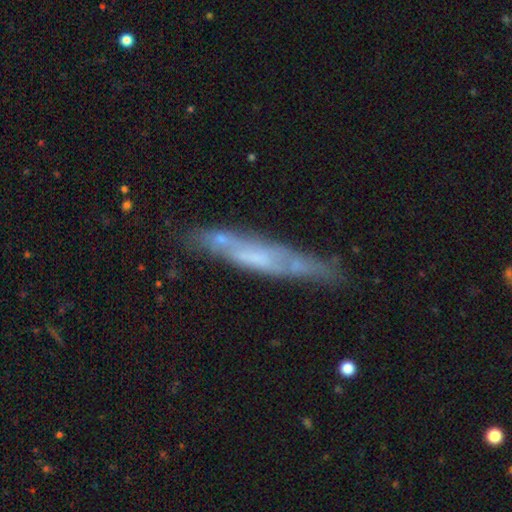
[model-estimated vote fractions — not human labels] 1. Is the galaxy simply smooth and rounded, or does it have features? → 60% featured or disk, 32% smooth, 8% star or artifact.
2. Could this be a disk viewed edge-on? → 75% yes, 25% no.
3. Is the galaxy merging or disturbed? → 71% none, 19% minor disturbance, 5% major disturbance, 4% merger.